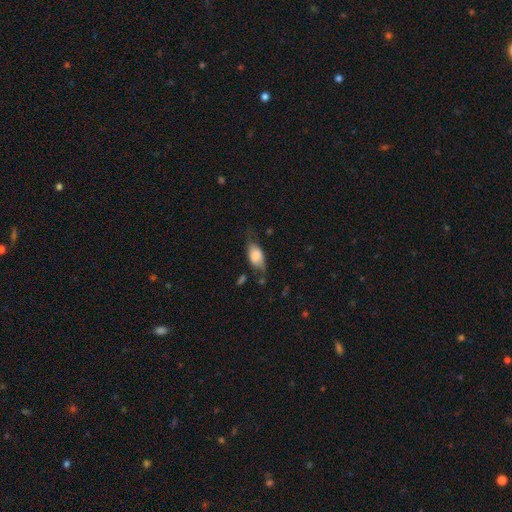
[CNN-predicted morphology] Smooth or featured? smooth (71%)
How rounded? in between (87%)
Merging? none (50%)